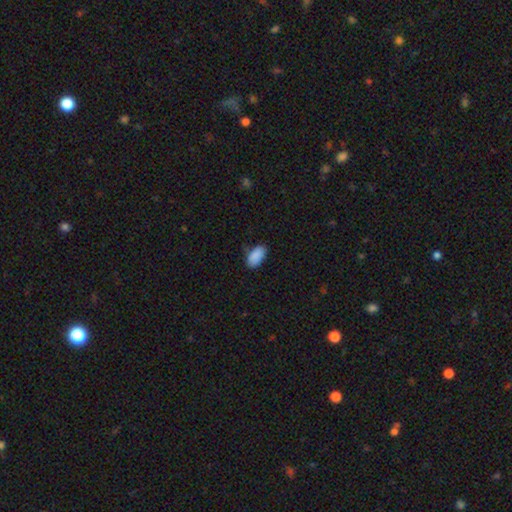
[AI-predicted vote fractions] The model was most divided on "merging": none: 75%, minor disturbance: 19%, major disturbance: 4%, merger: 2%. More confident: how rounded — in between (94%); smooth or featured — smooth (89%).